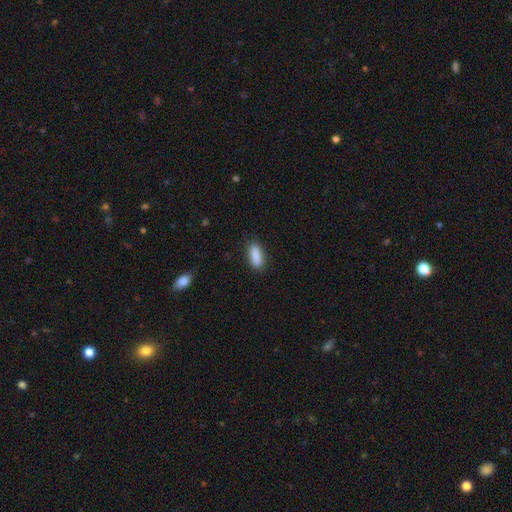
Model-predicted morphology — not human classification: Smooth or featured?
  - smooth: 88% *
  - star or artifact: 7%
  - featured or disk: 5%
How rounded?
  - in between: 72% *
  - cigar-shaped: 25%
  - round: 2%
Merging?
  - none: 85% *
  - minor disturbance: 11%
  - major disturbance: 3%
  - merger: 1%